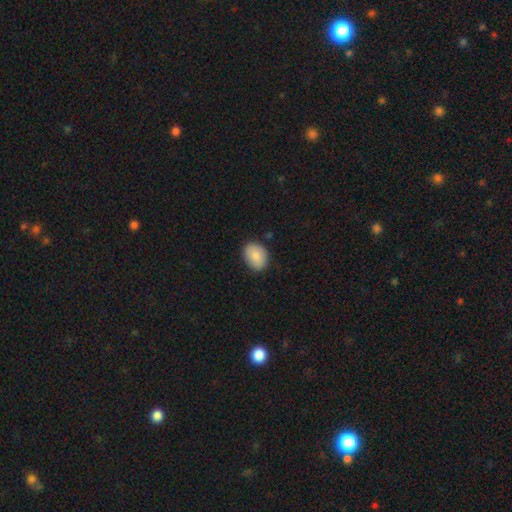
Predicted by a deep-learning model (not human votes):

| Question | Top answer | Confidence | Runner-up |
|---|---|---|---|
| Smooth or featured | smooth | 83% | featured or disk (10%) |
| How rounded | in between | 65% | round (34%) |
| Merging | none | 84% | minor disturbance (12%) |